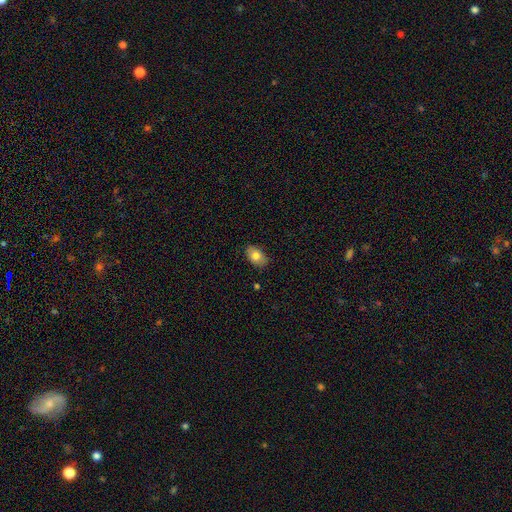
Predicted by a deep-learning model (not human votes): Overall: smooth (79%). How rounded: in between (89%). Merging: none (86%).